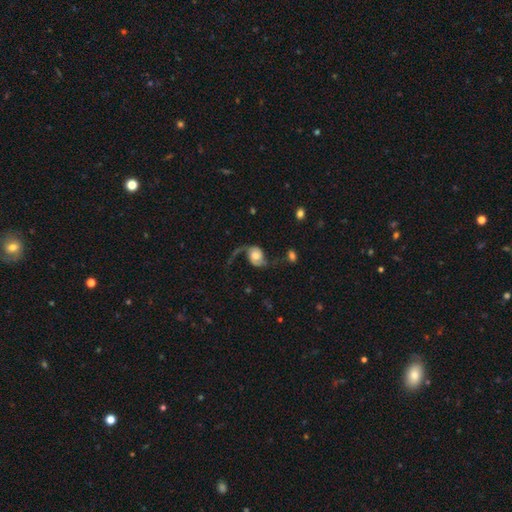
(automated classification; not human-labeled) Smooth or featured? Predicted: featured or disk (p=0.74). Edge-on disk? Predicted: no (p=0.97). Bar? Predicted: no (p=0.69). Spiral arms? Predicted: yes (p=0.93). Spiral winding? Predicted: loose (p=0.75). Spiral arm count? Predicted: 2 (p=0.79). Bulge size? Predicted: moderate (p=0.52). Merging? Predicted: none (p=0.48).